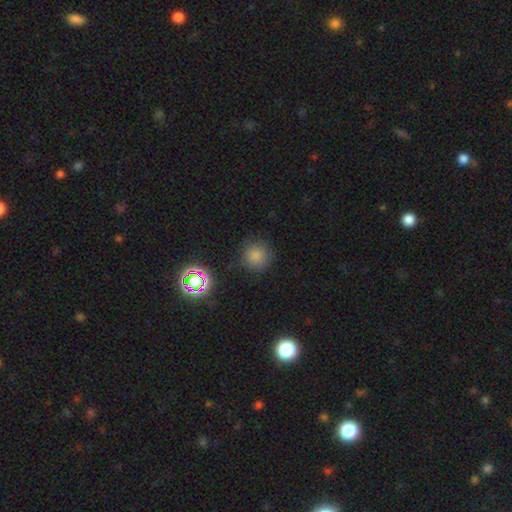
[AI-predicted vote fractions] Smooth or featured? smooth (76%)
How rounded? round (94%)
Merging? none (85%)